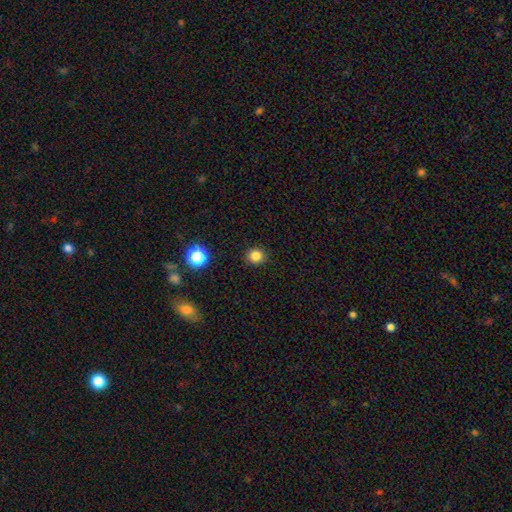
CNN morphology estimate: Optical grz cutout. It shows a smooth galaxy with no disk features (83%) that is round (87%). Merging: none (90%).